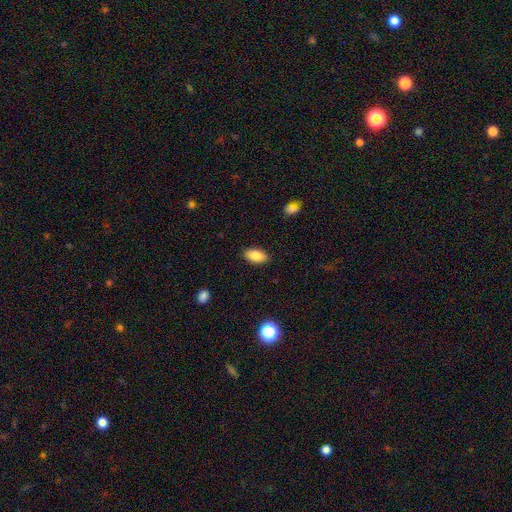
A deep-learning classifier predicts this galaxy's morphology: Smooth or featured: smooth — 86% (star or artifact — 8%)
How rounded: in between — 93% (round — 4%)
Merging: none — 88% (minor disturbance — 9%)